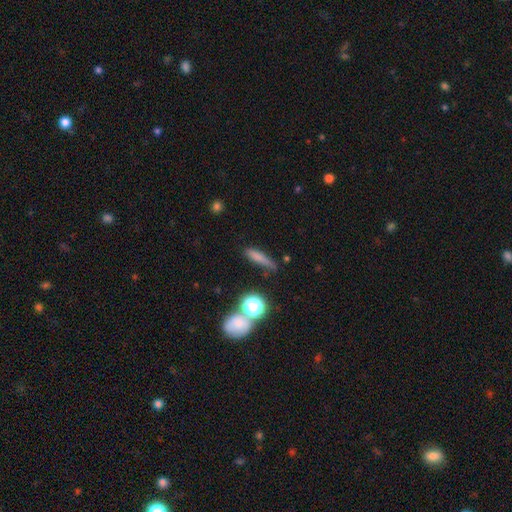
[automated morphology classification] Smooth or featured?
  - smooth: 71% *
  - featured or disk: 15%
  - star or artifact: 14%
How rounded?
  - cigar-shaped: 72% *
  - in between: 16%
  - round: 12%
Merging?
  - none: 69% *
  - minor disturbance: 17%
  - merger: 8%
  - major disturbance: 6%